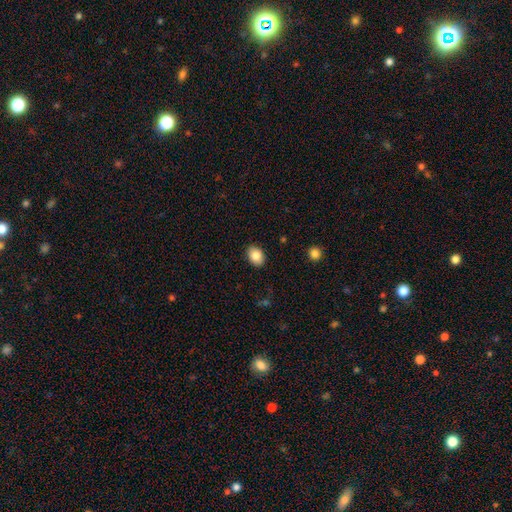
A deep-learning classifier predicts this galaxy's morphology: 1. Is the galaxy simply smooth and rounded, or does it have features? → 84% smooth, 8% featured or disk, 8% star or artifact.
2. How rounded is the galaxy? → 73% in between, 26% round, 1% cigar-shaped.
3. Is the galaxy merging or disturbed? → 89% none, 8% minor disturbance, 2% major disturbance, 1% merger.